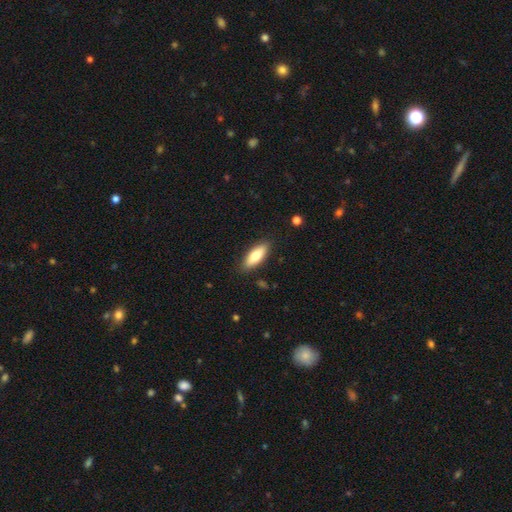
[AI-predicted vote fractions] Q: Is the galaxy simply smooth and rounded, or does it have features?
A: smooth — 74%.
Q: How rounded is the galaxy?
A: in between — 67%.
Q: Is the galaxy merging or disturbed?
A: none — 87%.